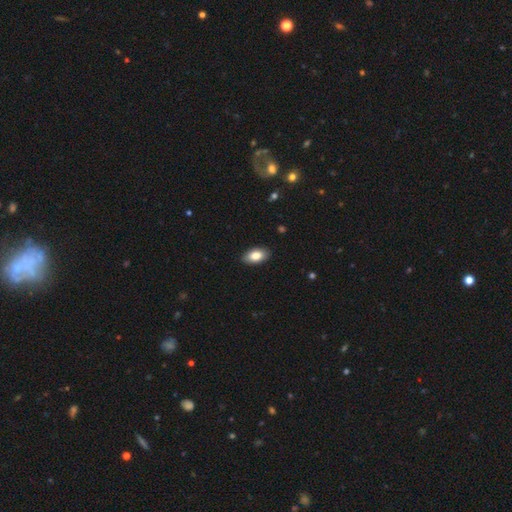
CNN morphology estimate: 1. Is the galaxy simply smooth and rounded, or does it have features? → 83% smooth, 10% featured or disk, 7% star or artifact.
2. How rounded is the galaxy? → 93% in between, 5% round, 2% cigar-shaped.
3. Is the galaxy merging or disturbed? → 89% none, 8% minor disturbance, 2% major disturbance, 1% merger.